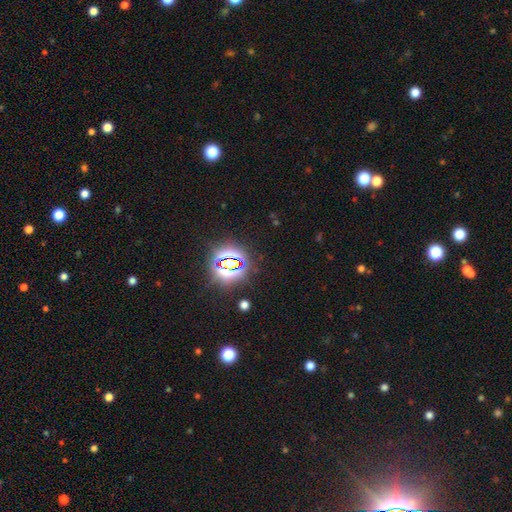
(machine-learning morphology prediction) Smooth or featured: star or artifact — 82% (smooth — 12%)